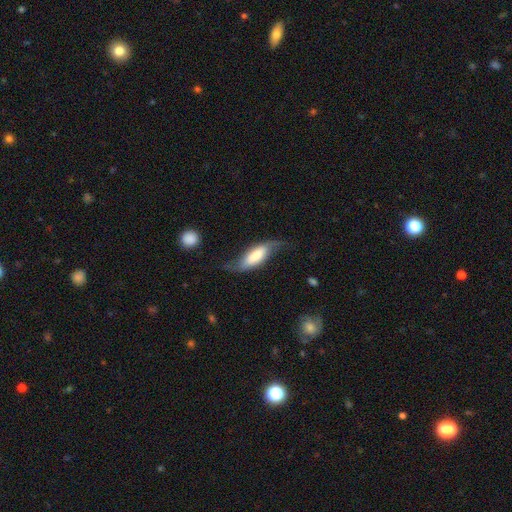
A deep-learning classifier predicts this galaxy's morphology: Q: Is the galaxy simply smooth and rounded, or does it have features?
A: smooth — 49%.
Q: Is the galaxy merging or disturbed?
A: none — 48%.